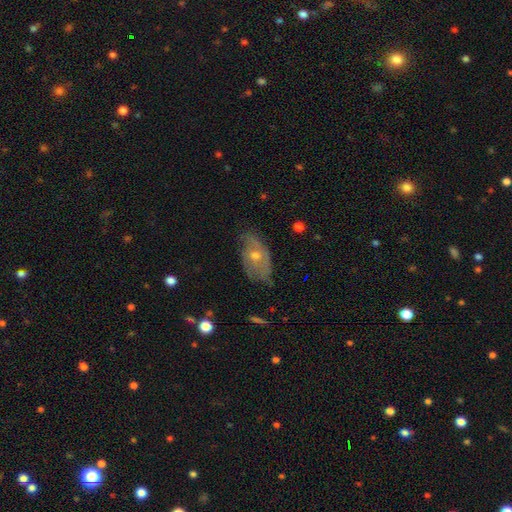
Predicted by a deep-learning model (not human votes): This is possibly a featured or disk galaxy (59%). It is clearly not viewed edge-on (90%). Bar: clearly no (82%). Spiral arm pattern: likely yes (61%). Central bulge: possibly moderate (60%). Merging: possibly none (57%).